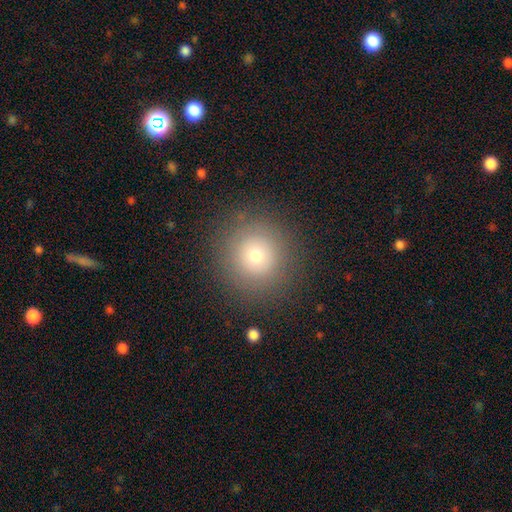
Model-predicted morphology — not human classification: smooth 70%, star or artifact 15%, featured or disk 14%. Down the decision tree: how rounded — round (94%); merging — none (87%).